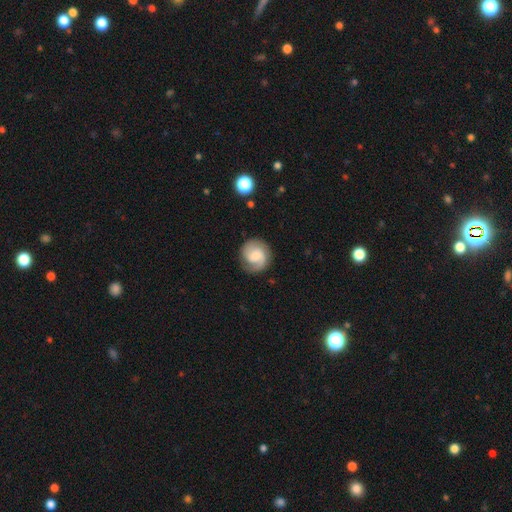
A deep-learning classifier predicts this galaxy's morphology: This is likely a featured or disk galaxy (70%). It is clearly not viewed edge-on (98%). Bar: possibly no (53%). Spiral arm pattern: clearly yes (94%). Spiral arm count: likely 2 (70%). Spiral winding: possibly tight (46%). Central bulge: possibly small (49%). Merging: likely none (80%).